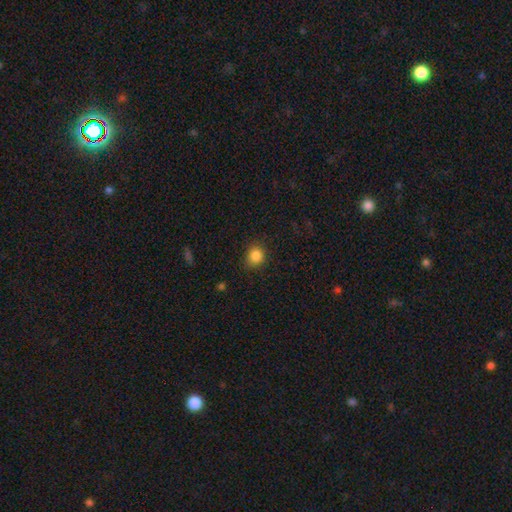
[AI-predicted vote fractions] smooth 85%, star or artifact 11%, featured or disk 4%. Down the decision tree: how rounded — round (77%); merging — none (81%).